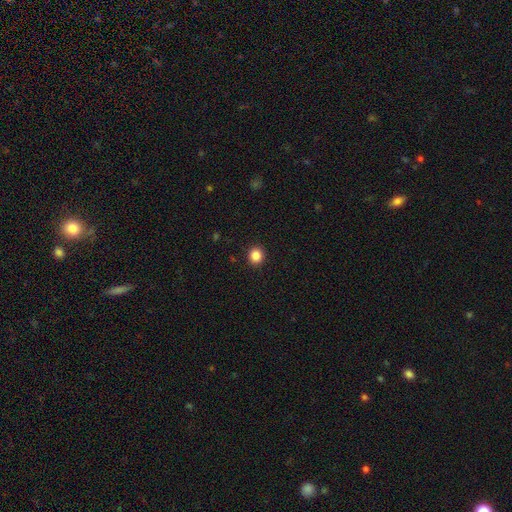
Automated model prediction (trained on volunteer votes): A smooth galaxy with no disk features (86%) that is round (85%).

Vote fractions:
- Smooth or featured? smooth: 86% / star or artifact: 10% / featured or disk: 4%
- How rounded? round: 85% / in between: 14% / cigar-shaped: 1%
- Merging? none: 92% / minor disturbance: 5% / major disturbance: 2% / merger: 1%